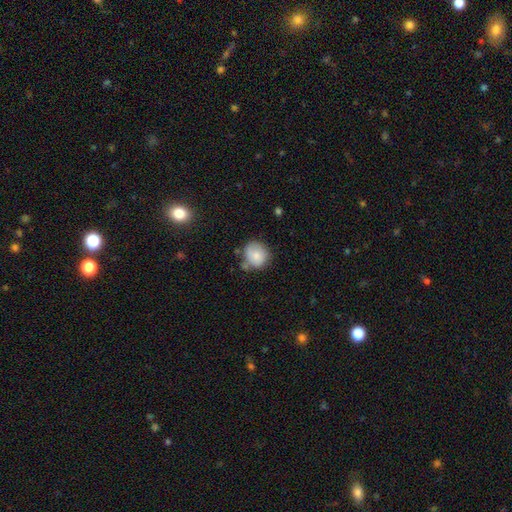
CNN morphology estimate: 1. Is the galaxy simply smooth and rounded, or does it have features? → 77% smooth, 15% featured or disk, 8% star or artifact.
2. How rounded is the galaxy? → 82% round, 17% in between, 1% cigar-shaped.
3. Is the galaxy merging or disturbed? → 60% none, 25% minor disturbance, 8% merger, 7% major disturbance.